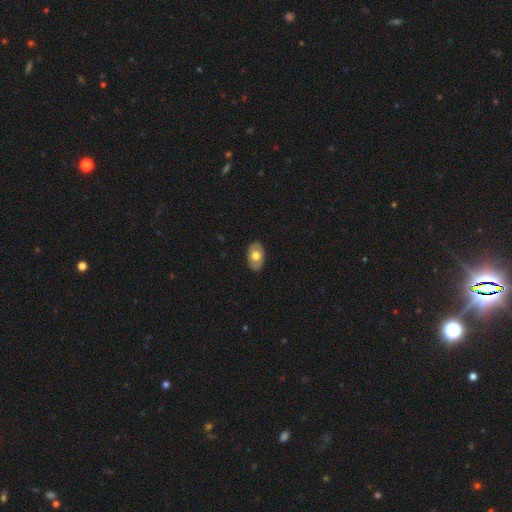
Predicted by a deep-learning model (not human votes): This is possibly a smooth galaxy (53%). How rounded: clearly in between (87%). Merging: clearly none (84%).